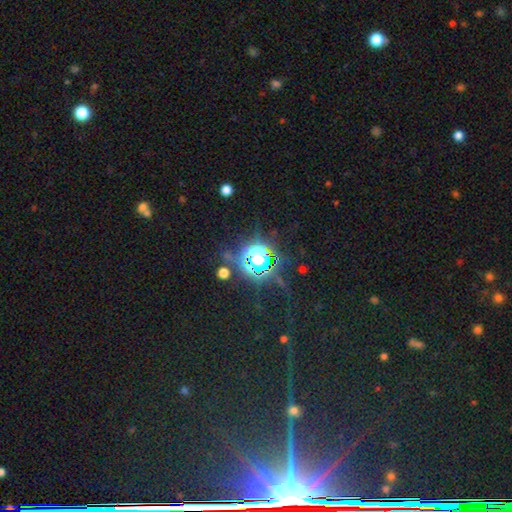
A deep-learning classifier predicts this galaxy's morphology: smooth_or_featured: star or artifact (p=0.73) [alt: smooth p=0.18]